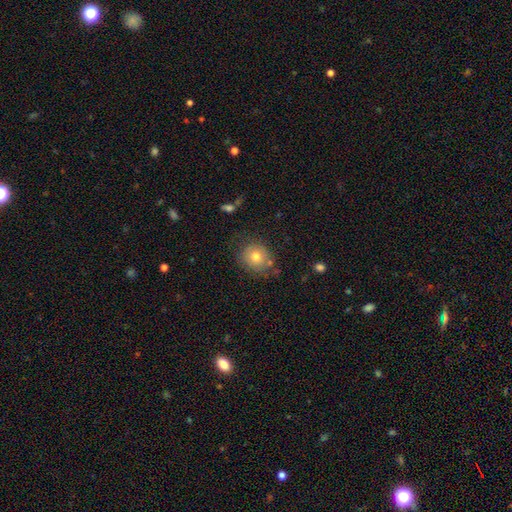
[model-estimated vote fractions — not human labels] smooth 74%, featured or disk 15%, star or artifact 11%. Down the decision tree: how rounded — round (80%); merging — none (73%).